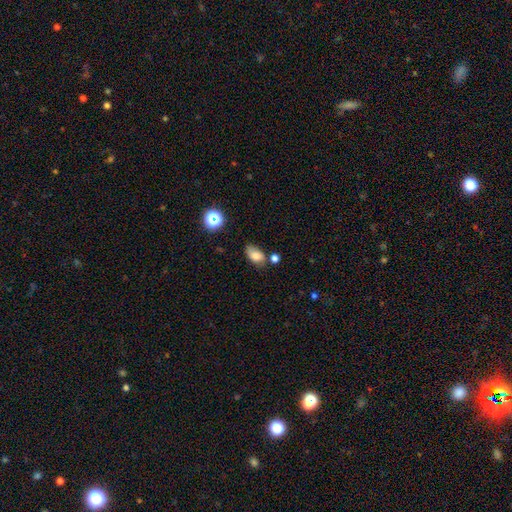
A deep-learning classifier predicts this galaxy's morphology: smooth 77%, star or artifact 12%, featured or disk 11%. Down the decision tree: how rounded — in between (87%); merging — none (56%).